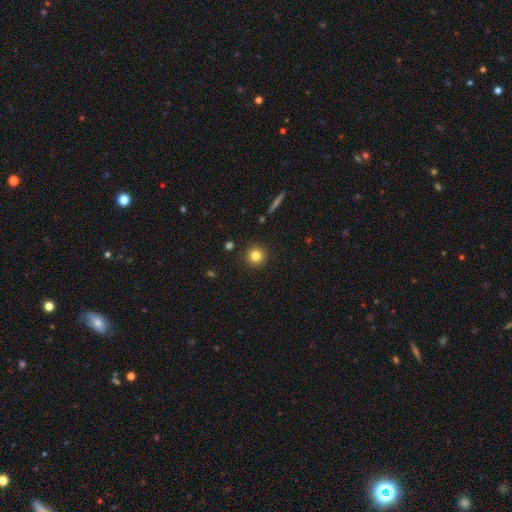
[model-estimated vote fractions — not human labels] Smooth or featured?
  - smooth: 82% *
  - star or artifact: 11%
  - featured or disk: 7%
How rounded?
  - round: 95% *
  - in between: 4%
  - cigar-shaped: 1%
Merging?
  - none: 91% *
  - minor disturbance: 6%
  - major disturbance: 2%
  - merger: 2%